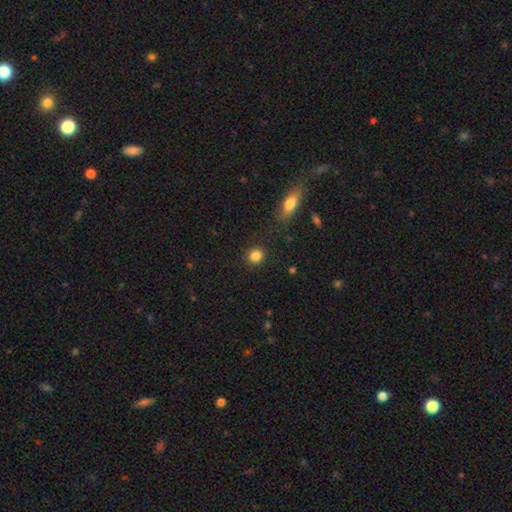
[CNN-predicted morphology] Smooth or featured: smooth — 85% (star or artifact — 11%)
How rounded: round — 88% (in between — 11%)
Merging: none — 90% (minor disturbance — 6%)